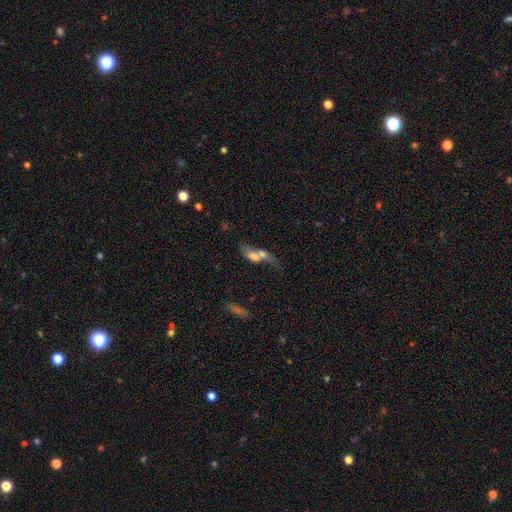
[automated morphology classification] smooth 57%, featured or disk 33%, star or artifact 10%. Down the decision tree: how rounded — in between (66%); merging — merger (68%).